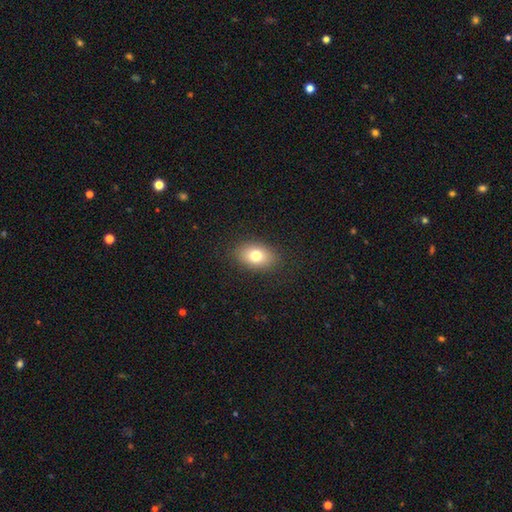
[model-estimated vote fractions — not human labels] Overall: smooth (76%). How rounded: in between (81%). Merging: none (87%).